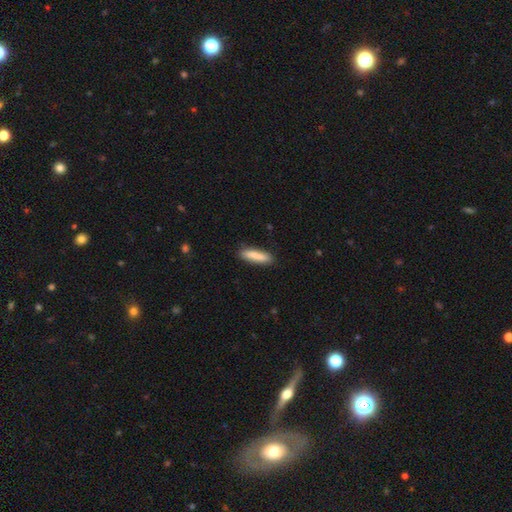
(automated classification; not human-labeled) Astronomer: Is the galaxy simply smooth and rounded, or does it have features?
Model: smooth — 85%.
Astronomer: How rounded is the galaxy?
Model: cigar-shaped — 72%.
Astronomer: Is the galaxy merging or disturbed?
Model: none — 86%.